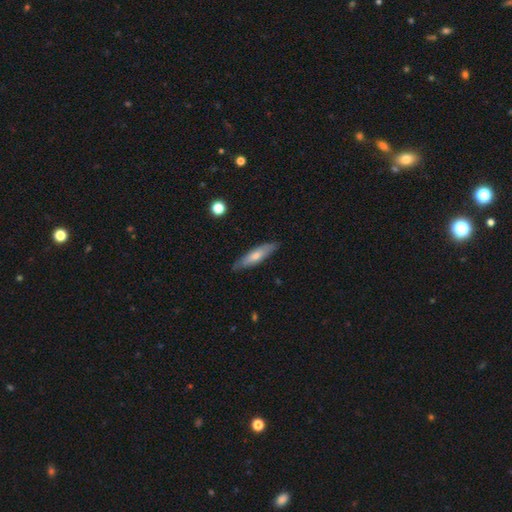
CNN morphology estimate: A smooth galaxy with no disk features (60%) that is cigar-shaped (71%). Merging: none (83%).